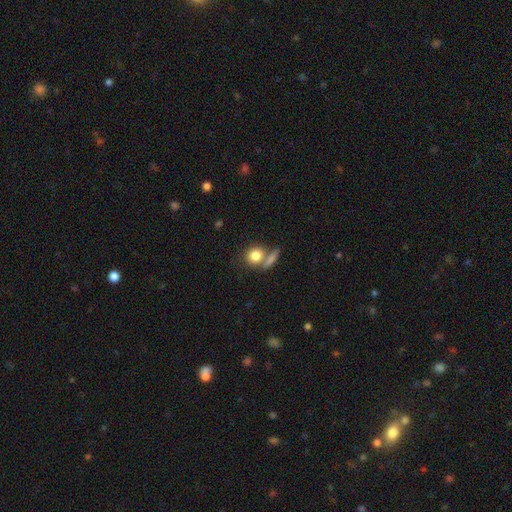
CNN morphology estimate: Q: Smooth or featured?
A: smooth (82%); runner-up: featured or disk (10%)
Q: How rounded?
A: round (67%); runner-up: in between (29%)
Q: Merging?
A: none (50%); runner-up: merger (34%)